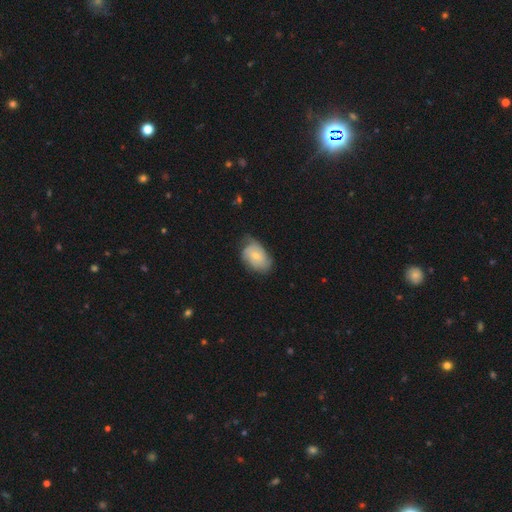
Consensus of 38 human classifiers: Volunteers were most divided on "smooth or featured": smooth: 50%, featured or disk: 45%, star or artifact: 5%. More confident: how rounded — in between (84%); merging — none (53%).